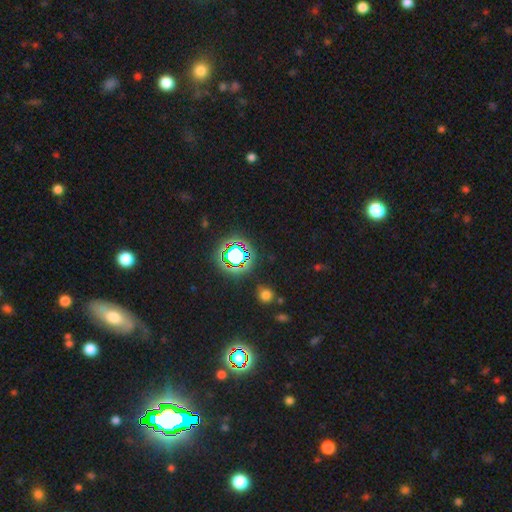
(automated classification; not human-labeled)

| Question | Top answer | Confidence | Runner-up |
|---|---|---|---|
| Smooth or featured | star or artifact | 75% | smooth (16%) |